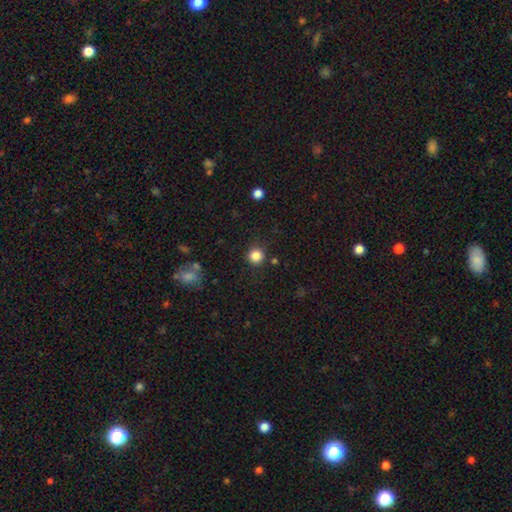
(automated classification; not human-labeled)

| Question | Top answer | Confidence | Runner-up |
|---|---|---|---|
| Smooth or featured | smooth | 85% | star or artifact (11%) |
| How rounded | round | 93% | in between (6%) |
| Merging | none | 87% | minor disturbance (8%) |